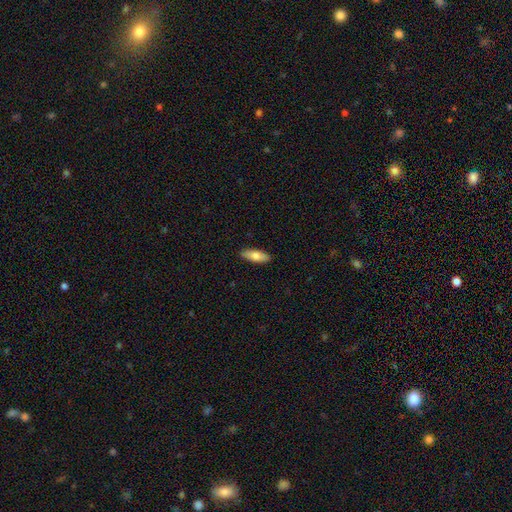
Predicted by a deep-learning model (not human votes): A smooth galaxy with no disk features (74%) that is in between round and cigar-shaped (67%).

Vote fractions:
- Smooth or featured? smooth: 74% / featured or disk: 20% / star or artifact: 6%
- How rounded? in between: 67% / cigar-shaped: 31% / round: 2%
- Merging? none: 90% / minor disturbance: 7% / major disturbance: 2% / merger: 1%